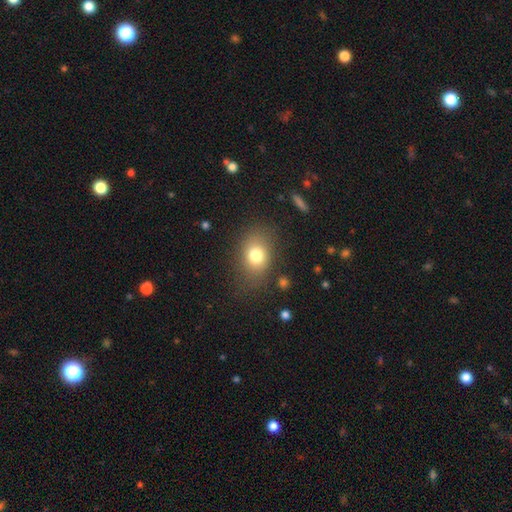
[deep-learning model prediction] A smooth galaxy with no disk features (77%) that is in between round and cigar-shaped (63%).

Vote fractions:
- Smooth or featured? smooth: 77% / featured or disk: 12% / star or artifact: 11%
- How rounded? in between: 63% / round: 36% / cigar-shaped: 1%
- Merging? none: 75% / minor disturbance: 16% / major disturbance: 7% / merger: 2%